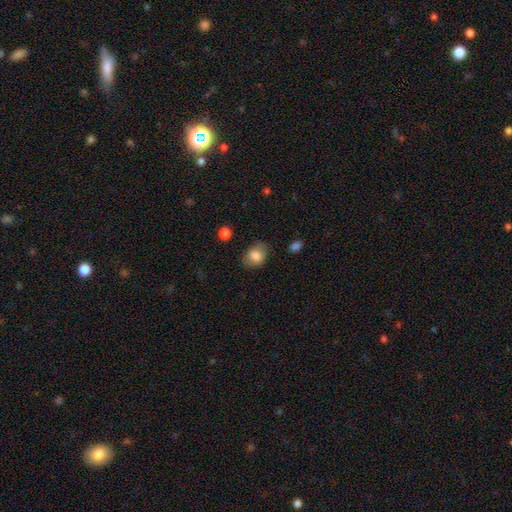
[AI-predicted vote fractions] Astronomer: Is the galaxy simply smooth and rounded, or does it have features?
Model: smooth — 83%.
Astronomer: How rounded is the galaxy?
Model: in between — 61% (runner-up: round, 38%).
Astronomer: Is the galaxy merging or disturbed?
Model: none — 74%.